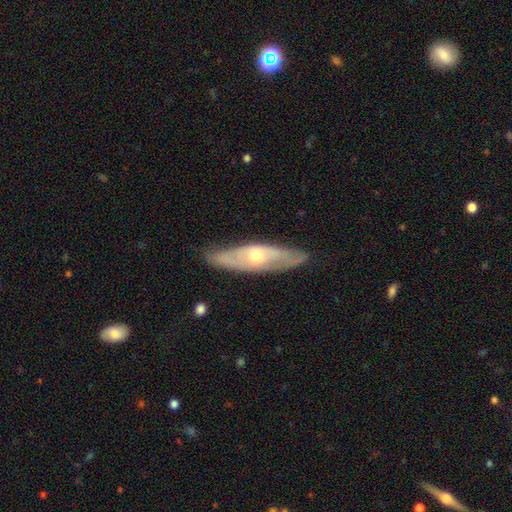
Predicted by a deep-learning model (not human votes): Q: Smooth or featured?
A: featured or disk (67%); runner-up: smooth (27%)
Q: Edge-on disk?
A: no (56%); runner-up: yes (44%)
Q: Merging?
A: none (81%); runner-up: minor disturbance (15%)